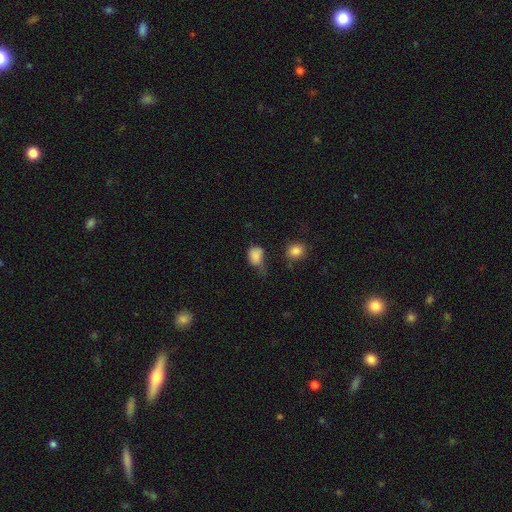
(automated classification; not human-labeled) This is clearly a smooth galaxy (82%). How rounded: possibly in between (56%). Merging: marginally minor disturbance (37%).